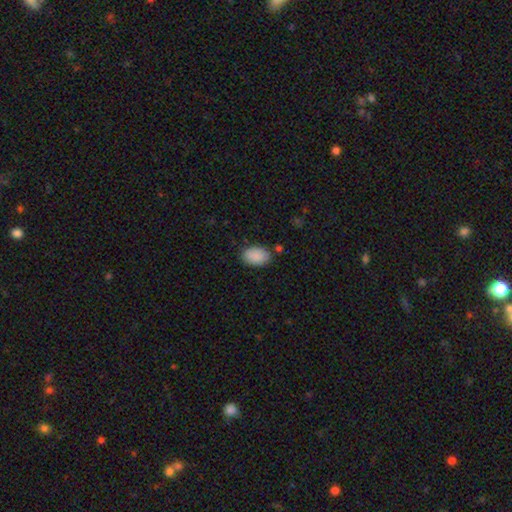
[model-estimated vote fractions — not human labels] smooth 90%, star or artifact 7%, featured or disk 3%. Down the decision tree: how rounded — in between (90%); merging — none (82%).